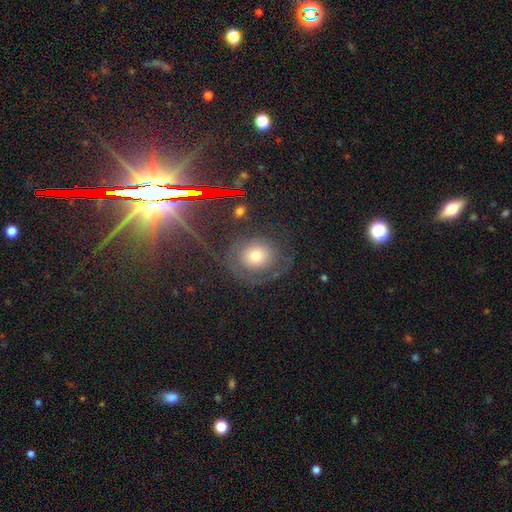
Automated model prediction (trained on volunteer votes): Smooth or featured? smooth (46%)
Merging? none (69%)